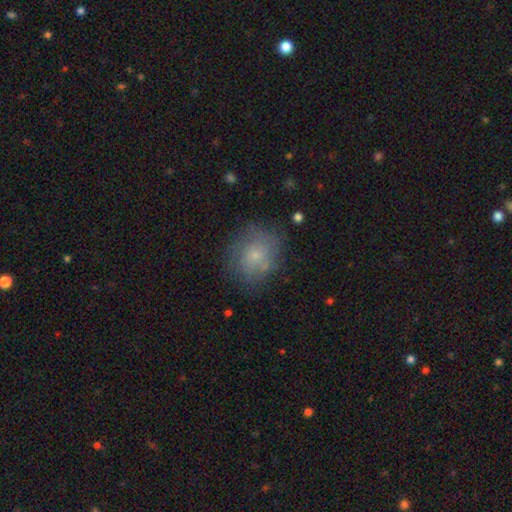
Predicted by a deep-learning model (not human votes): Overall: smooth (65%). How rounded: round (69%; in between 30%). Merging: none (69%).